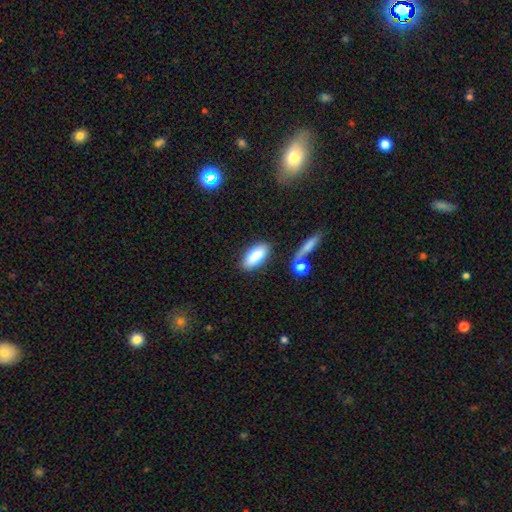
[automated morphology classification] Smooth or featured? smooth (86%)
How rounded? in between (86%)
Merging? none (78%)